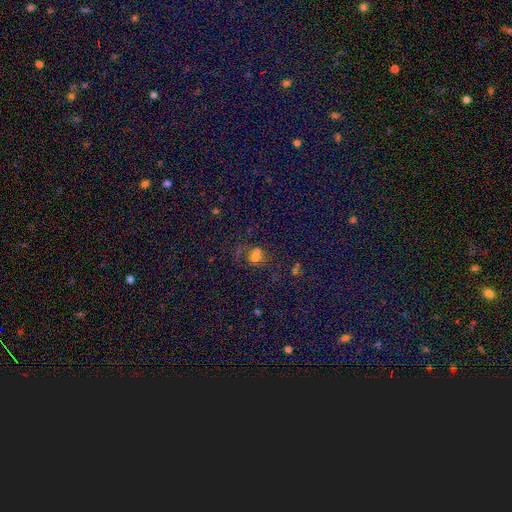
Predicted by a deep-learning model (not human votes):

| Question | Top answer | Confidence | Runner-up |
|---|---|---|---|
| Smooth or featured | star or artifact | 44% | smooth (43%) |